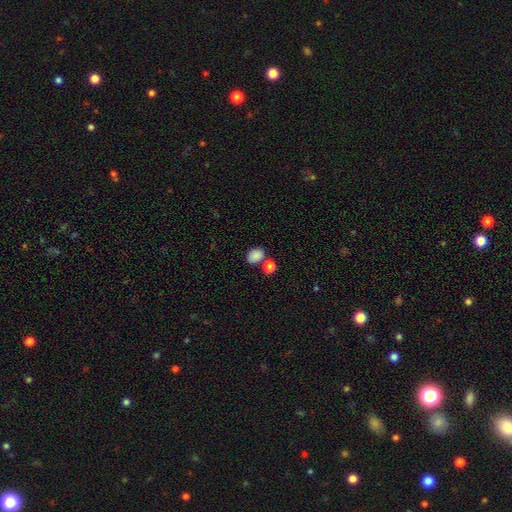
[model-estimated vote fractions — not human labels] Smooth or featured? Predicted: smooth (p=0.86). How rounded? Predicted: in between (p=0.71). Merging? Predicted: none (p=0.65).